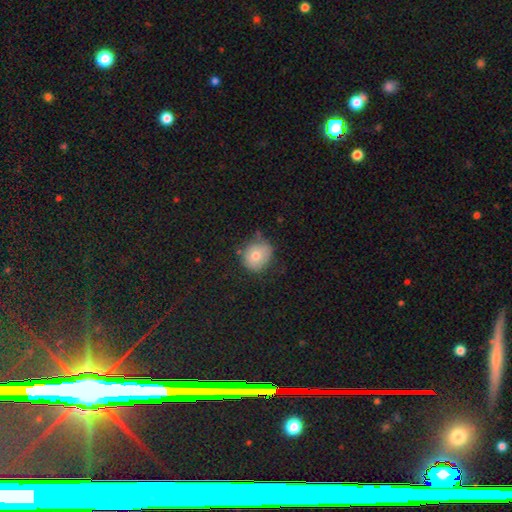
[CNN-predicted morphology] Q: Smooth or featured?
A: smooth (74%); runner-up: featured or disk (16%)
Q: How rounded?
A: round (79%); runner-up: in between (20%)
Q: Merging?
A: none (63%); runner-up: minor disturbance (27%)